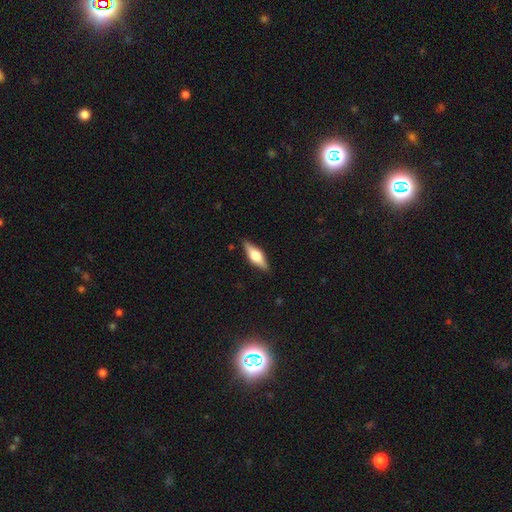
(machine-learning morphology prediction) This appears to be a featured or disk galaxy (52%) viewed edge-on (94%). Merging: none (87%).